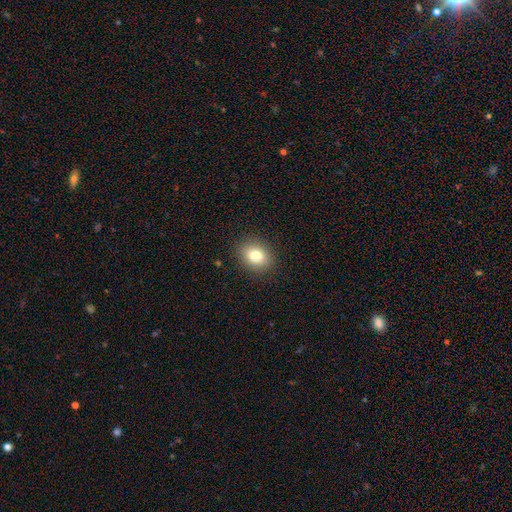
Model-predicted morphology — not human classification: Smooth or featured? smooth (79%)
How rounded? in between (52%)
Merging? none (89%)